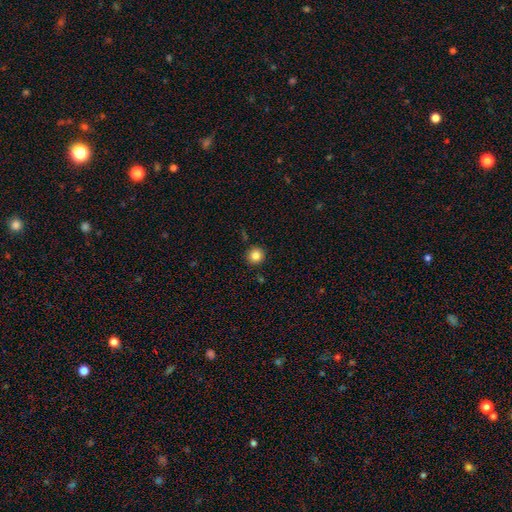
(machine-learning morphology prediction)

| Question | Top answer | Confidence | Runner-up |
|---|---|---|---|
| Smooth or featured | smooth | 84% | star or artifact (11%) |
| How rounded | round | 93% | in between (6%) |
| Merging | none | 90% | minor disturbance (6%) |